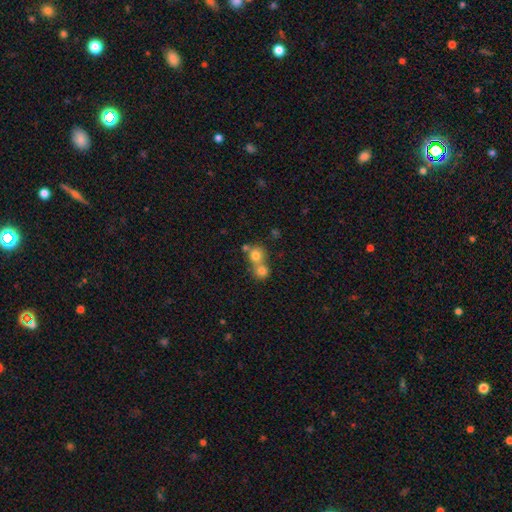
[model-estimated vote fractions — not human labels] Smooth or featured?
  - smooth: 75% *
  - star or artifact: 13%
  - featured or disk: 13%
How rounded?
  - round: 83% *
  - in between: 16%
  - cigar-shaped: 1%
Merging?
  - merger: 57% *
  - none: 36%
  - minor disturbance: 5%
  - major disturbance: 2%